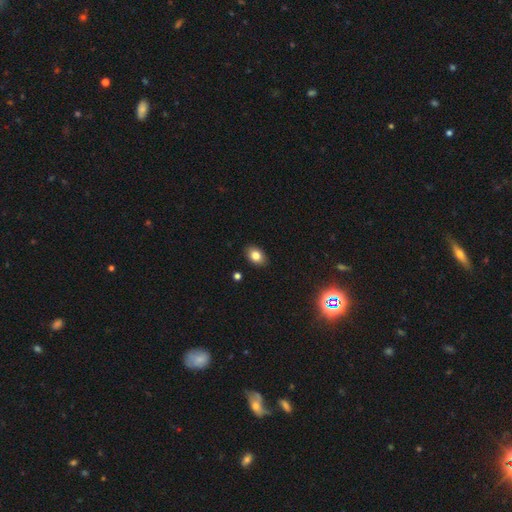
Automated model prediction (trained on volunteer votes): Smooth or featured? smooth (81%)
How rounded? in between (82%)
Merging? none (87%)